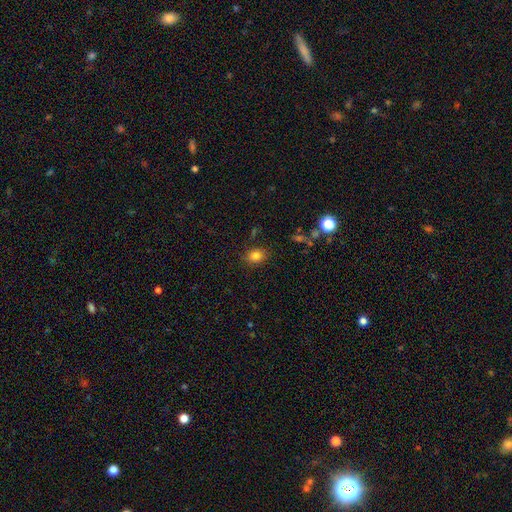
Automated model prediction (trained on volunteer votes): A smooth galaxy with no disk features (82%) that is in between round and cigar-shaped (58%).

Vote fractions:
- Smooth or featured? smooth: 82% / star or artifact: 11% / featured or disk: 7%
- How rounded? in between: 58% / round: 41% / cigar-shaped: 1%
- Merging? none: 82% / minor disturbance: 13% / major disturbance: 3% / merger: 2%